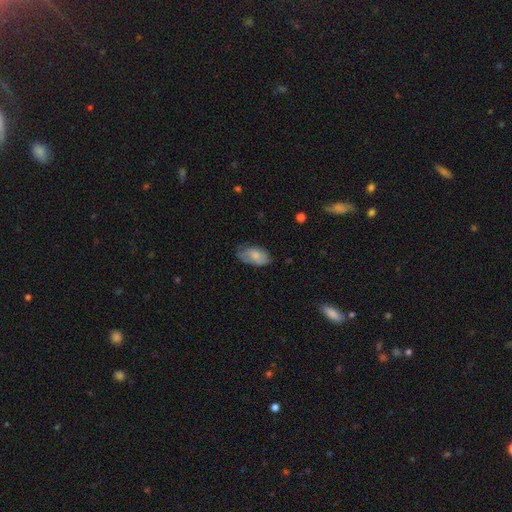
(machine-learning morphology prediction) A smooth galaxy with no disk features (69%) that is in between round and cigar-shaped (93%). Merging: none (56%).